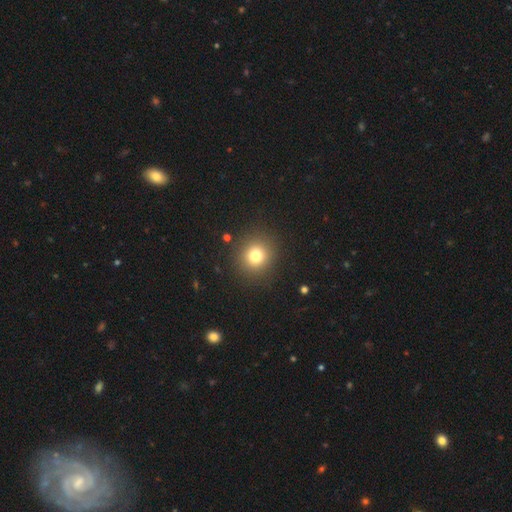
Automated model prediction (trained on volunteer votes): This is likely a smooth galaxy (76%). How rounded: clearly round (90%). Merging: clearly none (89%).